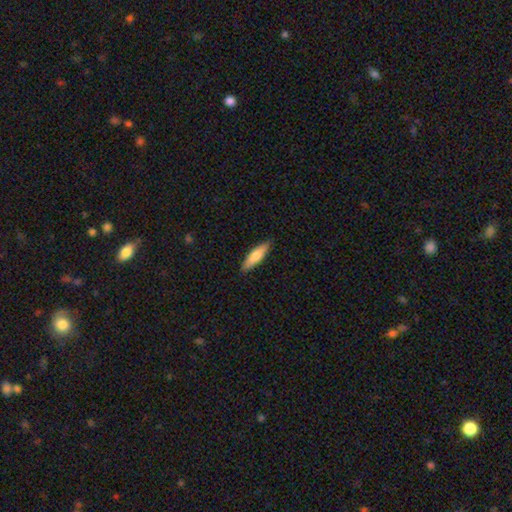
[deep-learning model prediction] Smooth or featured? smooth (71%)
How rounded? cigar-shaped (64%)
Merging? none (89%)